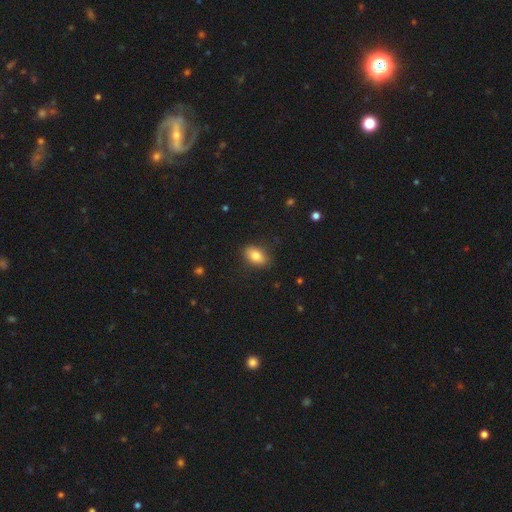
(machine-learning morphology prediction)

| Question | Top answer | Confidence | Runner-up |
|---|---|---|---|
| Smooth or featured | smooth | 83% | featured or disk (9%) |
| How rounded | in between | 88% | round (9%) |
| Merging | none | 85% | minor disturbance (11%) |